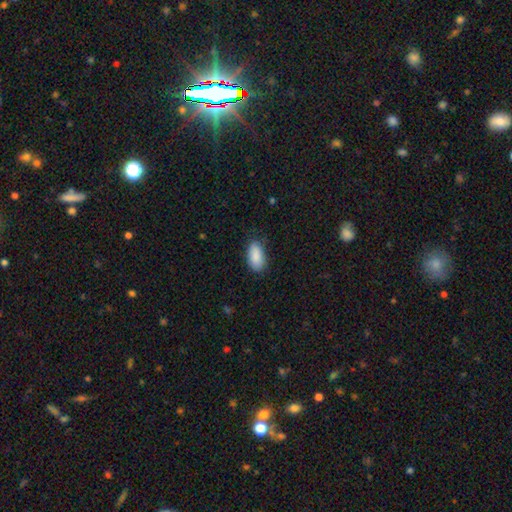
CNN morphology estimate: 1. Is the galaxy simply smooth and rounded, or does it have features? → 89% smooth, 6% star or artifact, 4% featured or disk.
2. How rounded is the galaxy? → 93% in between, 4% cigar-shaped, 3% round.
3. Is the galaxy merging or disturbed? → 76% none, 19% minor disturbance, 4% major disturbance, 1% merger.